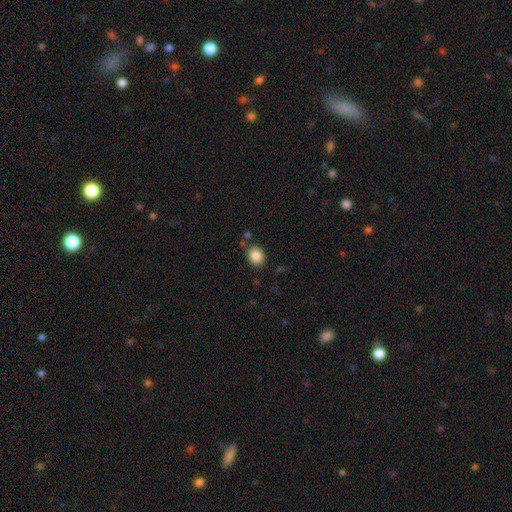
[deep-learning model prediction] A smooth galaxy with no disk features (86%) that is round (59%). Merging: none (81%).